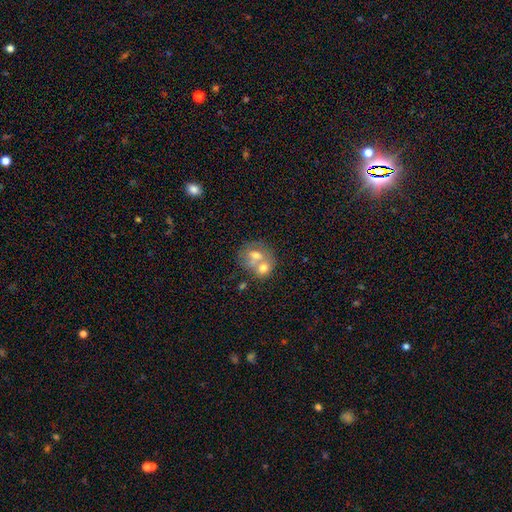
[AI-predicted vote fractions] Smooth or featured? smooth (59%)
How rounded? round (61%)
Merging? merger (65%)